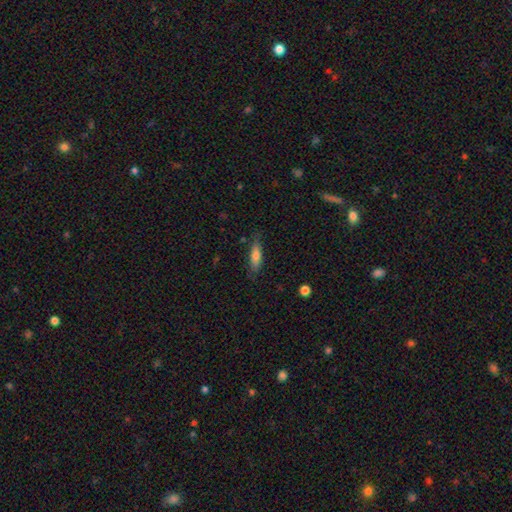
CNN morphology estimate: A smooth galaxy with no disk features (73%) that is cigar-shaped (54%). Merging: none (76%).